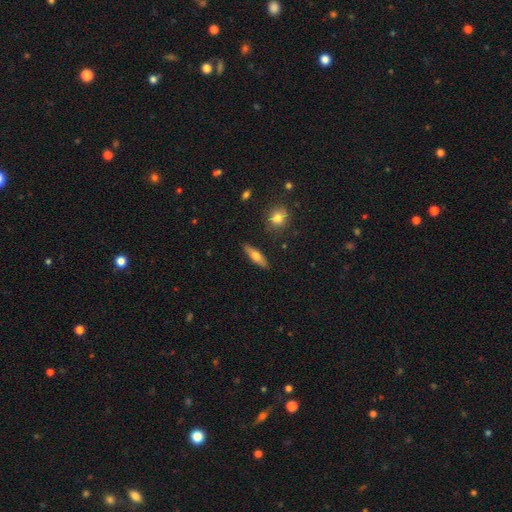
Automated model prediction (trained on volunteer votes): Smooth or featured? Predicted: smooth (p=0.59). How rounded? Predicted: cigar-shaped (p=0.59). Merging? Predicted: none (p=0.86).